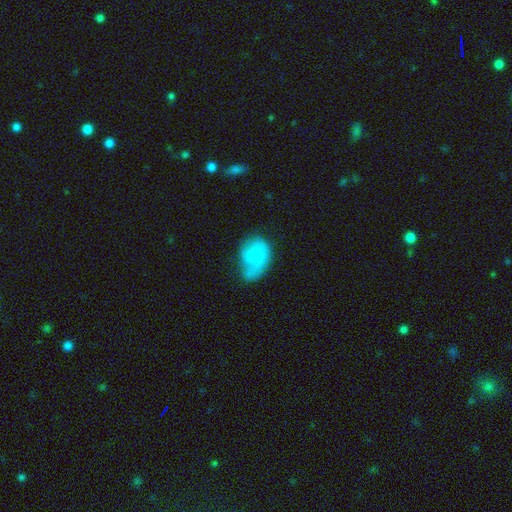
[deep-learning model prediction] The model was most divided on "merging": none: 36%, minor disturbance: 35%, major disturbance: 24%, merger: 5%. More confident: how rounded — in between (70%); smooth or featured — smooth (63%).